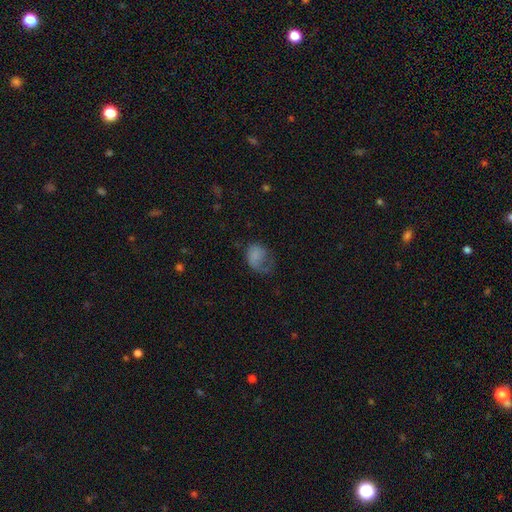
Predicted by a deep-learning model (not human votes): Q: Smooth or featured?
A: smooth (62%); runner-up: featured or disk (27%)
Q: How rounded?
A: in between (61%); runner-up: round (38%)
Q: Merging?
A: major disturbance (48%); runner-up: none (26%)